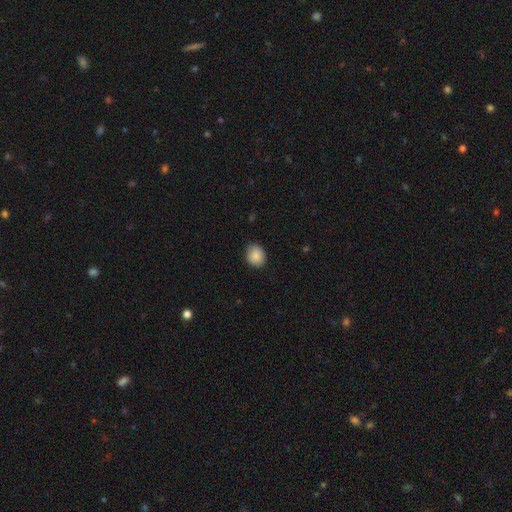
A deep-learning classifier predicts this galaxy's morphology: Q: Smooth or featured?
A: smooth (86%); runner-up: star or artifact (8%)
Q: How rounded?
A: round (66%); runner-up: in between (33%)
Q: Merging?
A: none (83%); runner-up: minor disturbance (14%)